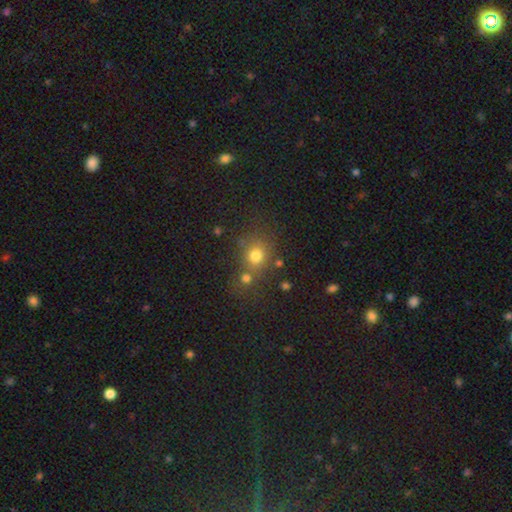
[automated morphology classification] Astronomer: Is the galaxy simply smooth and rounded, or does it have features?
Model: smooth — 73%.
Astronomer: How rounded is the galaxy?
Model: round — 77%.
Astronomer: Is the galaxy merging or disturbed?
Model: none — 55%.